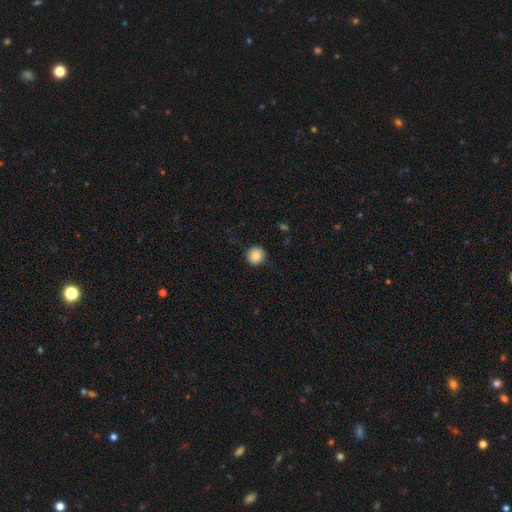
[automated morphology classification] smooth_or_featured: smooth (p=0.82) [alt: star or artifact p=0.09]
how_rounded: round (p=0.94) [alt: in between p=0.05]
merging: none (p=0.86) [alt: minor disturbance p=0.10]